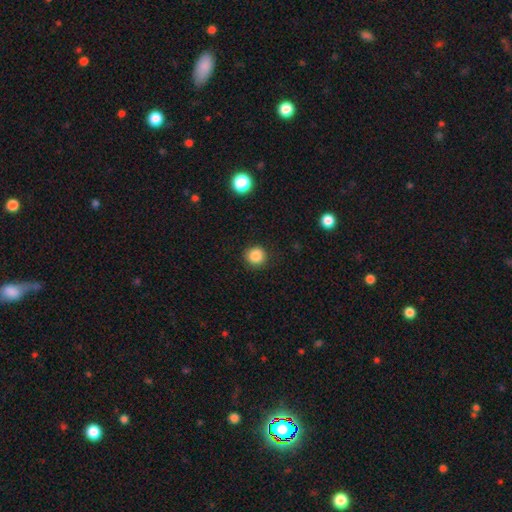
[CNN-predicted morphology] This is clearly a smooth galaxy (86%). How rounded: clearly round (94%). Merging: clearly none (90%).